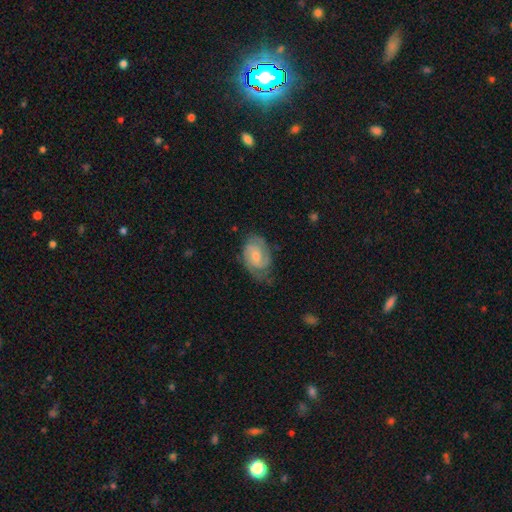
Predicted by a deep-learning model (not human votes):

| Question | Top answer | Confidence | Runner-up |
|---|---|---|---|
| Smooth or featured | featured or disk | 69% | smooth (25%) |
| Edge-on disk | no | 97% | yes (3%) |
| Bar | no | 55% | weak (39%) |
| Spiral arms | yes | 92% | no (8%) |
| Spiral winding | tight | 48% | medium (41%) |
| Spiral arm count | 2 | 69% | can't tell (16%) |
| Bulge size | small | 48% | moderate (40%) |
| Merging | none | 61% | minor disturbance (26%) |